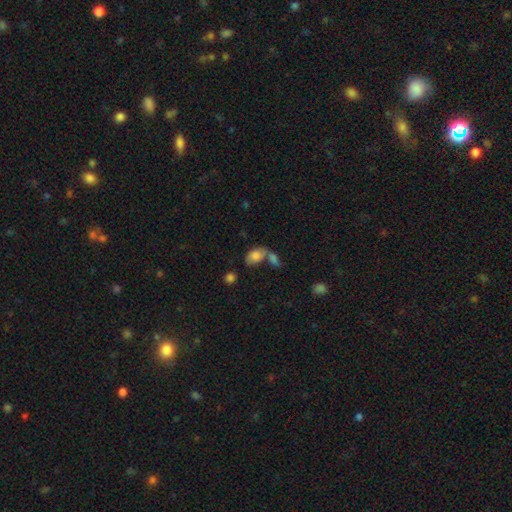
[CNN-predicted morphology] smooth_or_featured: smooth (p=0.78) [alt: featured or disk p=0.13]
how_rounded: in between (p=0.87) [alt: round p=0.11]
merging: merger (p=0.48) [alt: none p=0.30]